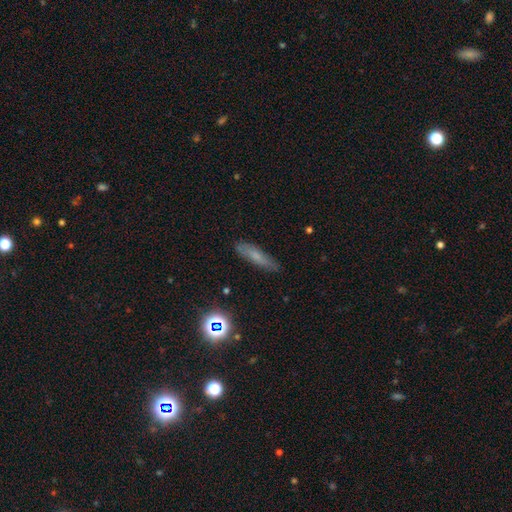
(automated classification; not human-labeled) Smooth or featured? smooth (61%)
How rounded? cigar-shaped (74%)
Merging? none (81%)